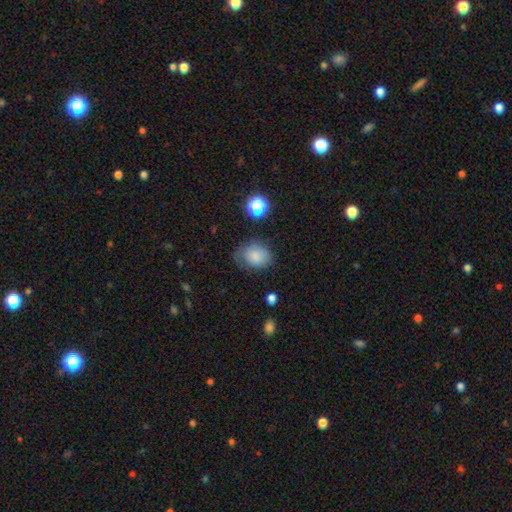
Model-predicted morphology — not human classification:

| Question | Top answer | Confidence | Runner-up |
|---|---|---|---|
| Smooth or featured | smooth | 80% | featured or disk (10%) |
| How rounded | in between | 55% | round (44%) |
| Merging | none | 60% | minor disturbance (28%) |